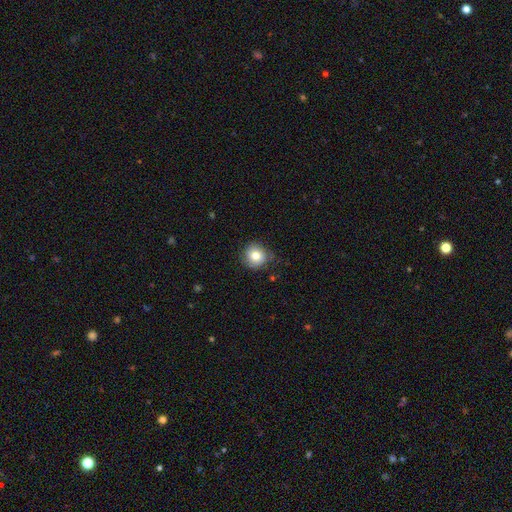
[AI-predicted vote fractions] Smooth or featured? smooth (78%)
How rounded? round (91%)
Merging? none (79%)